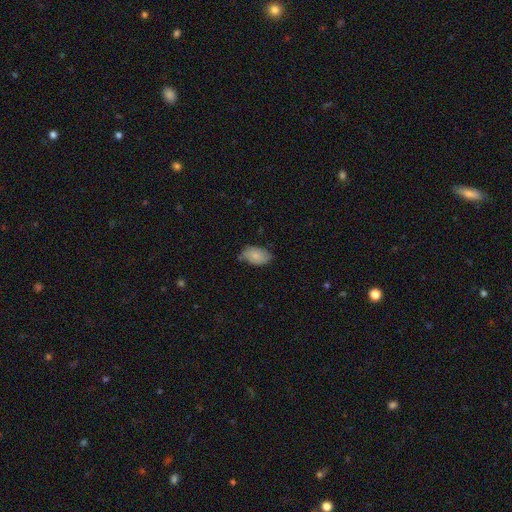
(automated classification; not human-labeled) This appears to be a smooth galaxy with no disk features (81%) that is in between round and cigar-shaped (92%). Merging: none (67%).